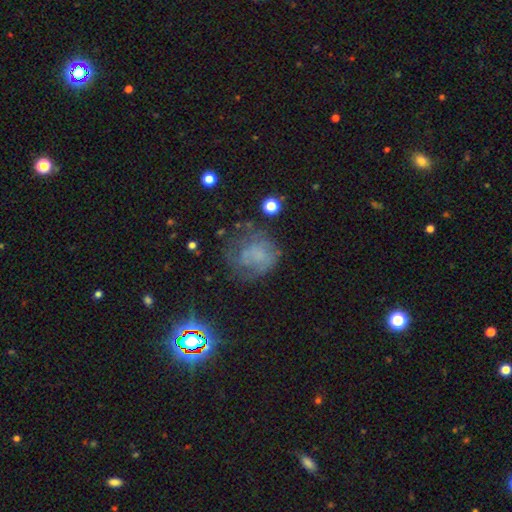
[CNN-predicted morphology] Overall: smooth (40%; featured or disk 39%). Merging: none (47%; major disturbance 27%).